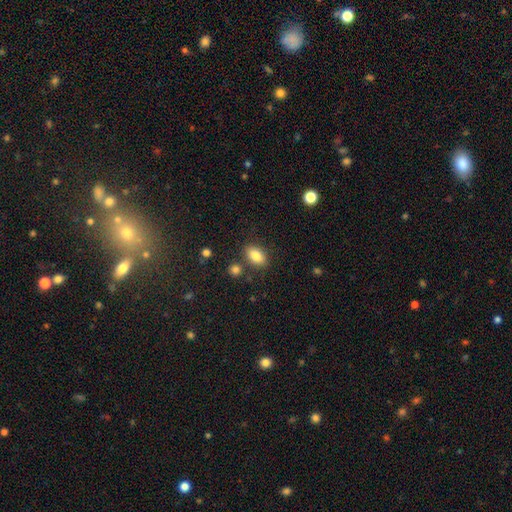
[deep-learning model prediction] Smooth or featured? smooth (85%)
How rounded? in between (87%)
Merging? none (80%)